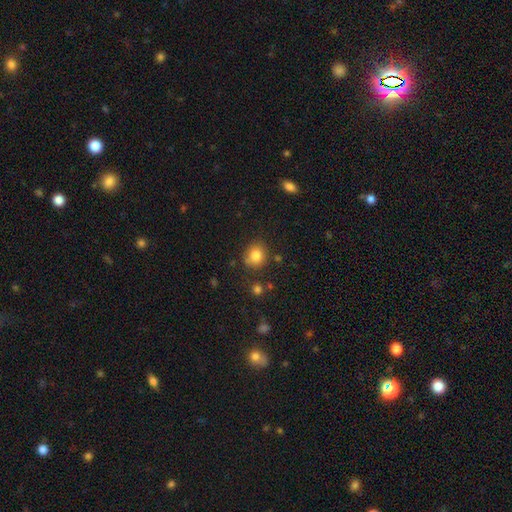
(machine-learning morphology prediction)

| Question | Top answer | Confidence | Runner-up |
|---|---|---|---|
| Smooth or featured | smooth | 83% | star or artifact (11%) |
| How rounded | round | 77% | in between (22%) |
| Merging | none | 77% | minor disturbance (14%) |